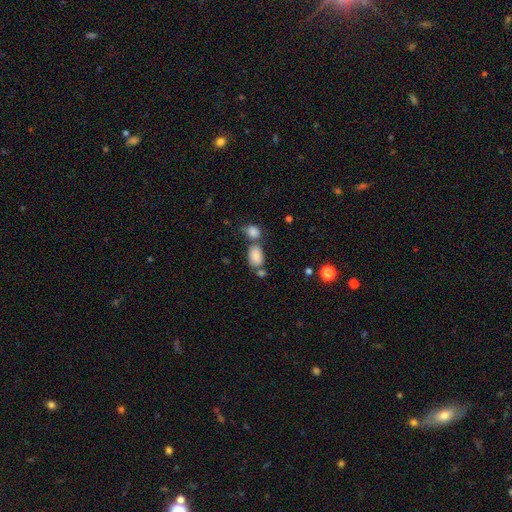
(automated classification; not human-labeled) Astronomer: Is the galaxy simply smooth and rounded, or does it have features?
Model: smooth — 84%.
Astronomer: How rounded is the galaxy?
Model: in between — 87%.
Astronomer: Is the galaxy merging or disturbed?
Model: none — 46% (runner-up: merger, 35%).